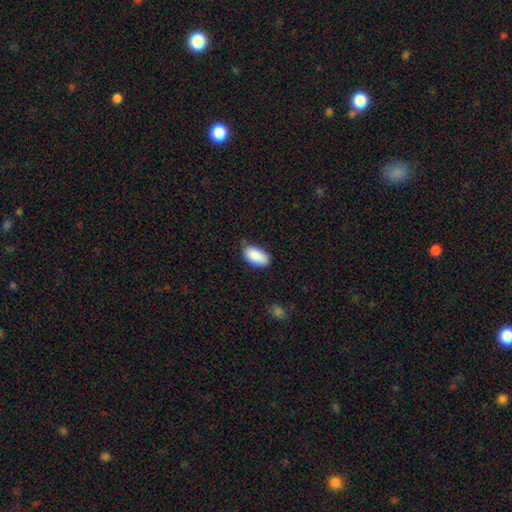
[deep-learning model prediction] A smooth galaxy with no disk features (89%) that is in between round and cigar-shaped (95%). Merging: none (77%).